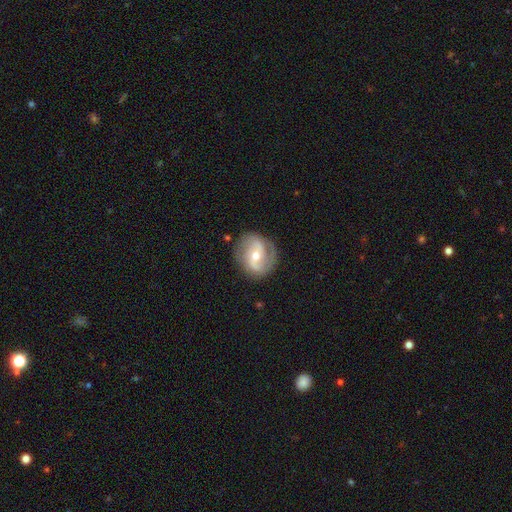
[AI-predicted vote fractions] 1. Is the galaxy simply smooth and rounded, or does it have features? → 81% featured or disk, 13% smooth, 6% star or artifact.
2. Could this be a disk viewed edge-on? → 97% no, 3% yes.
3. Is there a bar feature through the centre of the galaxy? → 40% no, 38% weak, 21% strong.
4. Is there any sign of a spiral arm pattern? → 92% yes, 8% no.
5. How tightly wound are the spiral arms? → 46% medium, 27% loose, 27% tight.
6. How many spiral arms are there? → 84% 2, 7% can't tell, 4% 1, 3% 3, 1% 4, 1% more than 4.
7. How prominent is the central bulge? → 54% moderate, 43% small, 2% large, 1% none, 1% dominant.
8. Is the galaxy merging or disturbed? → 77% none, 15% minor disturbance, 6% major disturbance, 1% merger.